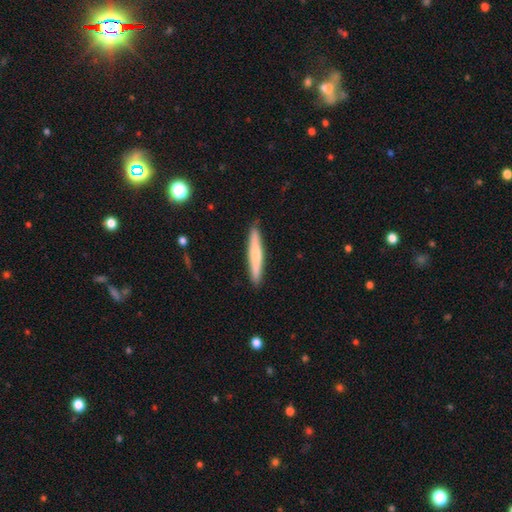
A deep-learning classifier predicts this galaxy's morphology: smooth_or_featured: smooth (p=0.64) [alt: featured or disk p=0.31]
how_rounded: cigar-shaped (p=0.94) [alt: in between p=0.04]
merging: none (p=0.89) [alt: minor disturbance p=0.08]